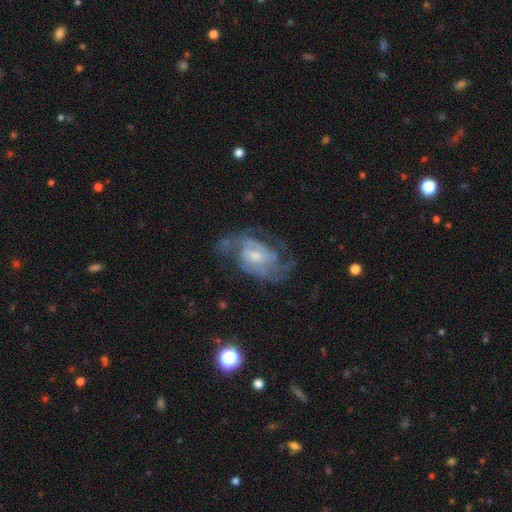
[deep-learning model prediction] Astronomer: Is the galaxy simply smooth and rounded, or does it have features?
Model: featured or disk — 77%.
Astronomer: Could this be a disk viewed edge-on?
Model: no — 97%.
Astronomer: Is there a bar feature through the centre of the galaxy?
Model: no — 52% (runner-up: weak, 40%).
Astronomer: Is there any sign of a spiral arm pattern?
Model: yes — 83%.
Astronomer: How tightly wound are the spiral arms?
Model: medium — 47% (runner-up: tight, 31%).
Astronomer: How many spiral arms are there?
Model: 2 — 39% (runner-up: can't tell, 32%).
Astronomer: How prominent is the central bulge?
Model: small — 44%, tied with moderate at 44%.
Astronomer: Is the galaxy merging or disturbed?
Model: none — 47% (runner-up: major disturbance, 28%).